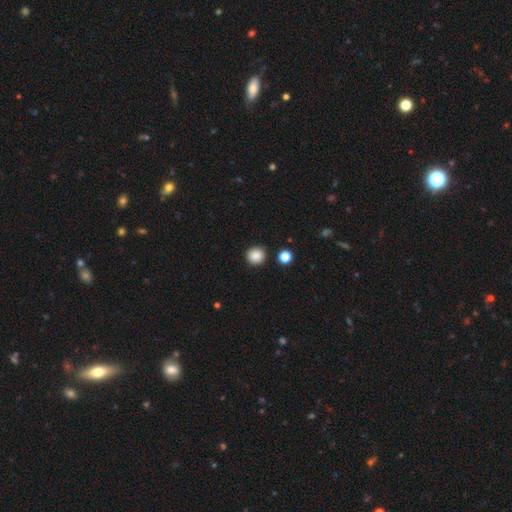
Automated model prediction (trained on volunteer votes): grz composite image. It shows a smooth galaxy with no disk features (87%) that is round (91%). Merging: none (90%).